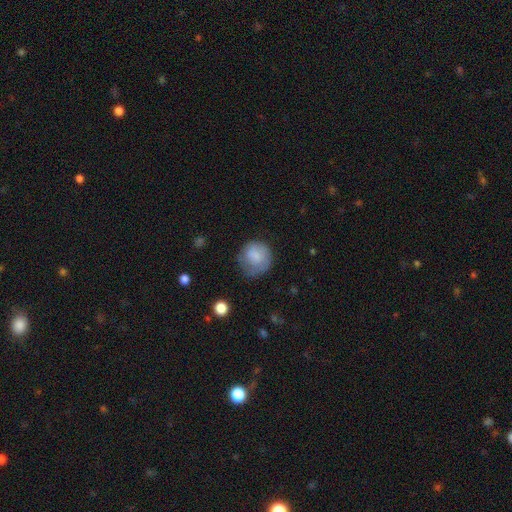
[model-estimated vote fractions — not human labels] This is likely a smooth galaxy (74%). How rounded: clearly round (86%). Merging: possibly none (53%).